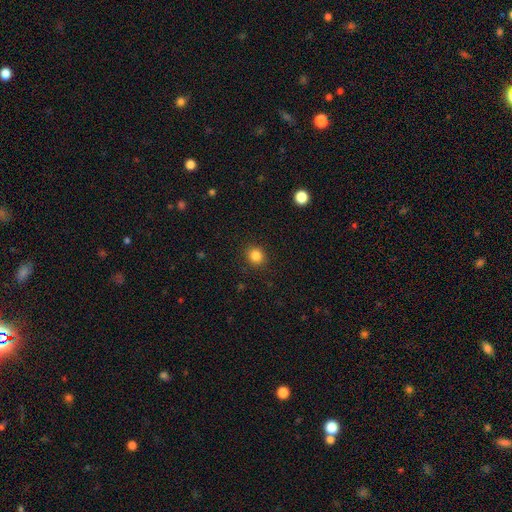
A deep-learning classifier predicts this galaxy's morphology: Smooth or featured?
  - smooth: 84% *
  - star or artifact: 11%
  - featured or disk: 4%
How rounded?
  - round: 84% *
  - in between: 15%
  - cigar-shaped: 1%
Merging?
  - none: 91% *
  - minor disturbance: 6%
  - major disturbance: 2%
  - merger: 1%